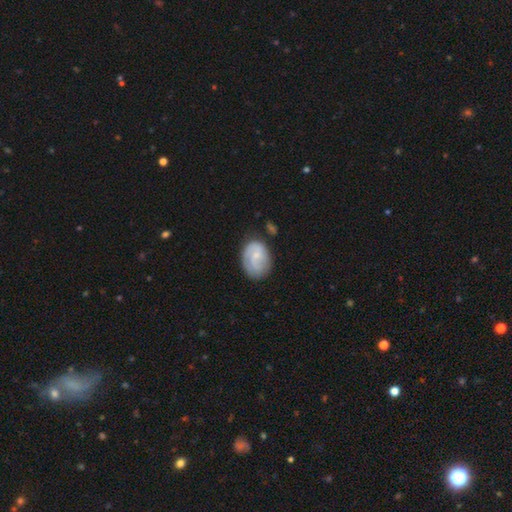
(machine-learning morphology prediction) This appears to be a featured or disk galaxy (51%) with no bar (55%), spiral arms (83%) and a small central bulge (63%). Merging: none (67%).